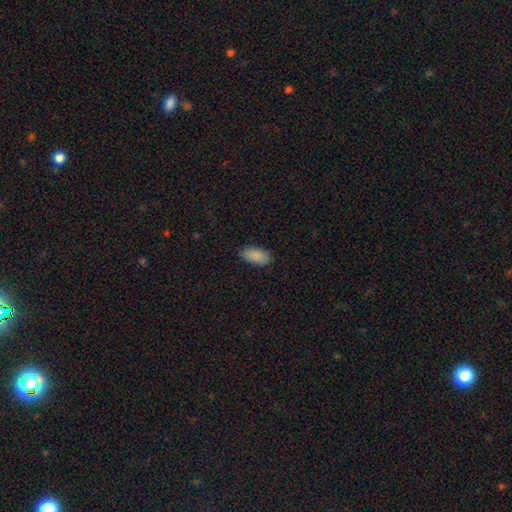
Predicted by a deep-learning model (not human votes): Smooth or featured: smooth — 89% (star or artifact — 7%)
How rounded: in between — 93% (cigar-shaped — 4%)
Merging: none — 81% (minor disturbance — 15%)